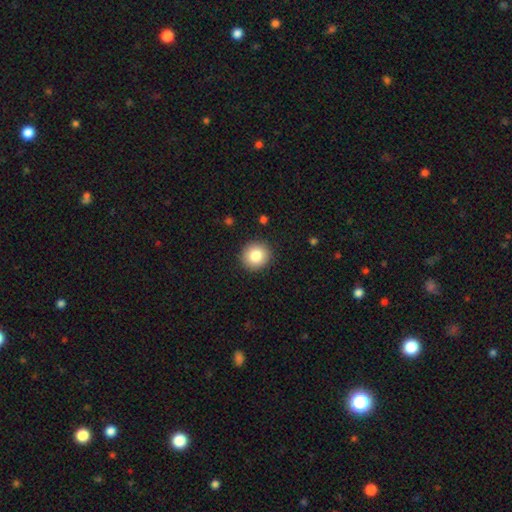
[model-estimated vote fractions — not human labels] Smooth or featured? Predicted: smooth (p=0.83). How rounded? Predicted: round (p=0.92). Merging? Predicted: none (p=0.91).